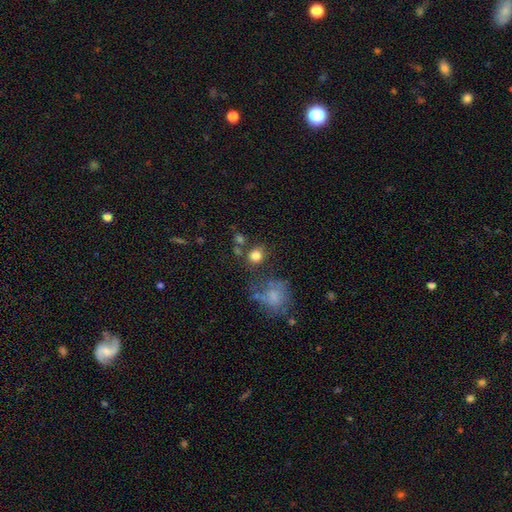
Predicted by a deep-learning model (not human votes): smooth-or-featured: smooth: 80% | star or artifact: 12% | featured or disk: 8%
  how-rounded: round: 79% | in between: 19% | cigar-shaped: 1%
  merging: none: 69% | merger: 13% | minor disturbance: 12% | major disturbance: 6%